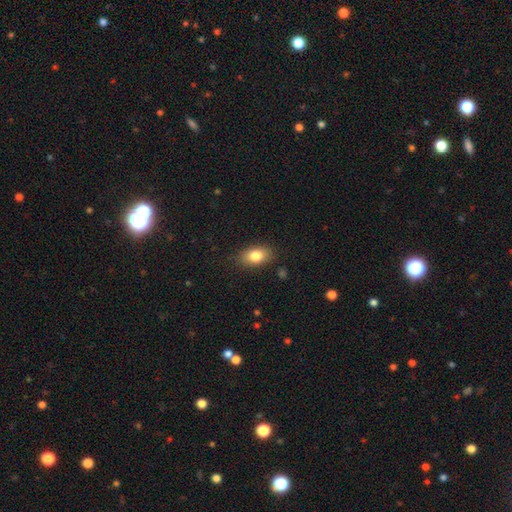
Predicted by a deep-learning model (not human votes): Smooth or featured?
  - smooth: 82% *
  - featured or disk: 9%
  - star or artifact: 8%
How rounded?
  - in between: 86% *
  - round: 11%
  - cigar-shaped: 3%
Merging?
  - none: 84% *
  - minor disturbance: 12%
  - major disturbance: 3%
  - merger: 1%